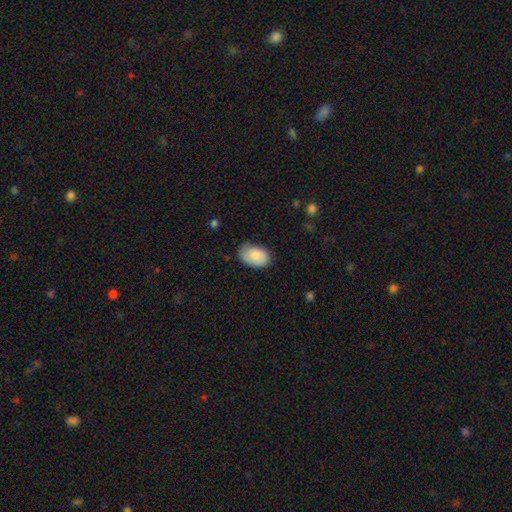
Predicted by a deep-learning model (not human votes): A smooth galaxy with no disk features (84%) that is in between round and cigar-shaped (91%). Merging: none (73%).